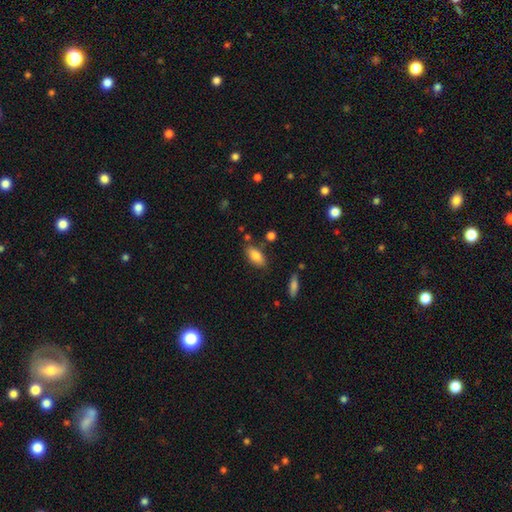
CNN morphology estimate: Smooth or featured?
  - smooth: 83% *
  - featured or disk: 10%
  - star or artifact: 7%
How rounded?
  - in between: 87% *
  - cigar-shaped: 10%
  - round: 3%
Merging?
  - none: 75% *
  - minor disturbance: 15%
  - merger: 6%
  - major disturbance: 4%